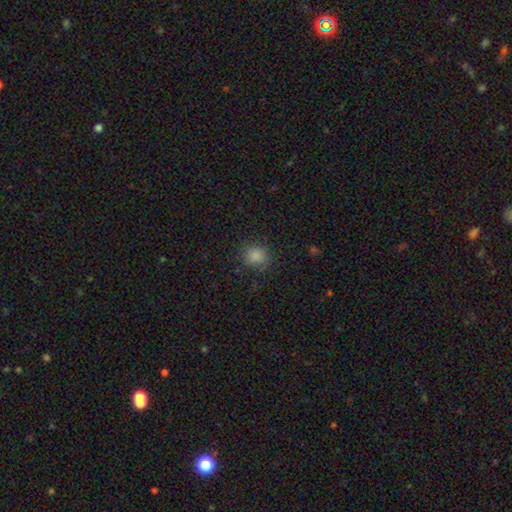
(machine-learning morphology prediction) Smooth or featured?
  - smooth: 85% *
  - star or artifact: 12%
  - featured or disk: 3%
How rounded?
  - round: 86% *
  - in between: 13%
  - cigar-shaped: 1%
Merging?
  - none: 85% *
  - minor disturbance: 10%
  - major disturbance: 3%
  - merger: 1%